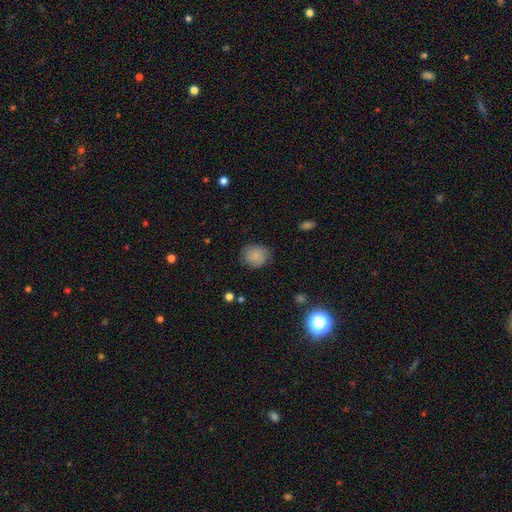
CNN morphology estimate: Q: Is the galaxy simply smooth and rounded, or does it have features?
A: smooth — 84%.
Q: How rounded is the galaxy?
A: round — 71%.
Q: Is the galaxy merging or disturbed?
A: none — 78%.